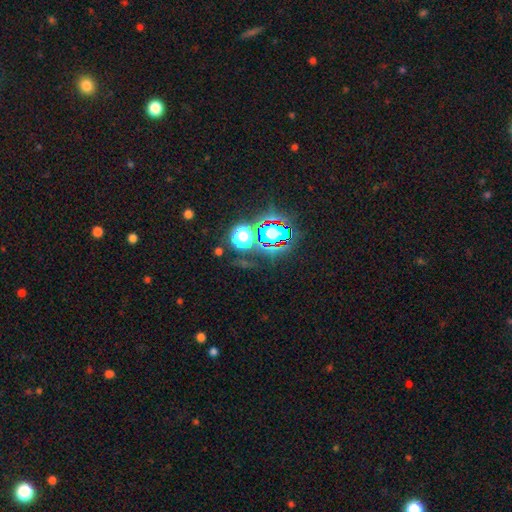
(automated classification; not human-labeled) A star or artifact, not a galaxy (82%).